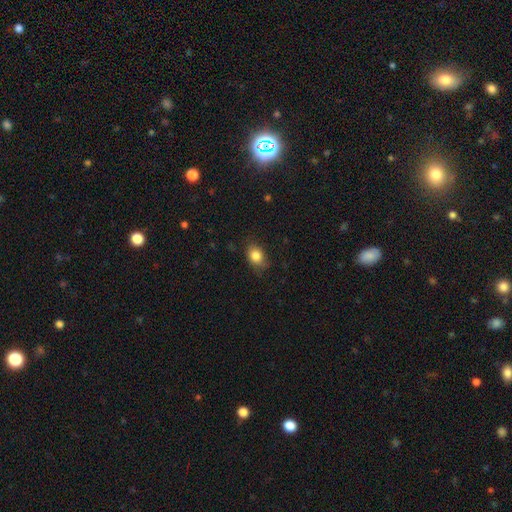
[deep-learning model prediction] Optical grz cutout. It shows a smooth galaxy with no disk features (84%) that is in between round and cigar-shaped (62%). Merging: none (73%).